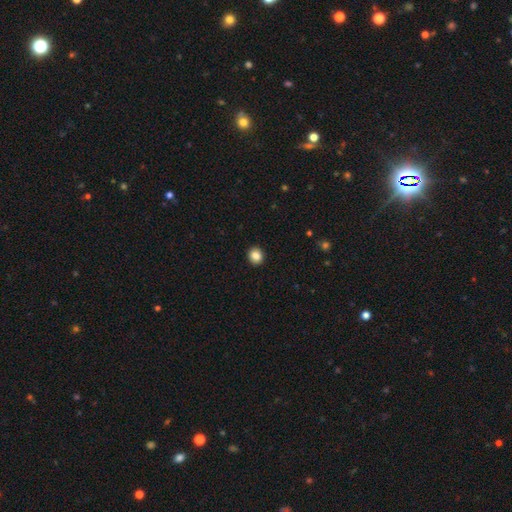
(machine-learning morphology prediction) This is clearly a smooth galaxy (86%). How rounded: likely round (79%). Merging: clearly none (93%).